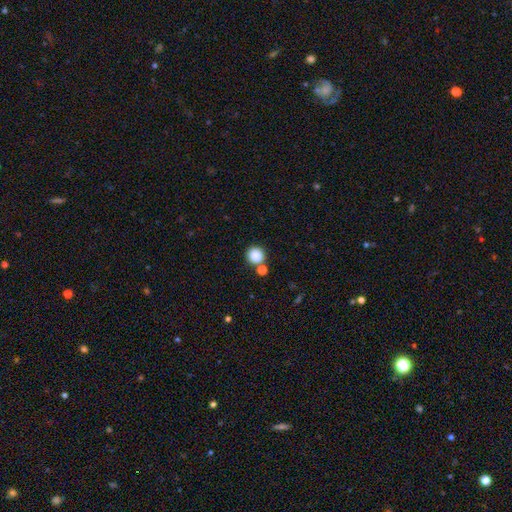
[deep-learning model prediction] This appears to be a smooth galaxy with no disk features (86%) that is round (92%). Merging: none (75%).